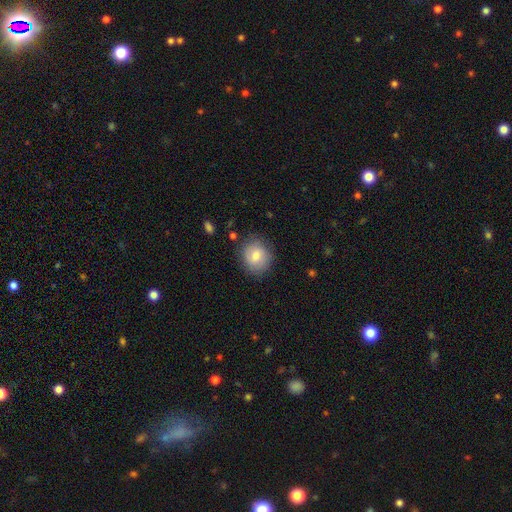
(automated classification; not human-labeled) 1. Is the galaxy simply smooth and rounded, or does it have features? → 75% smooth, 17% featured or disk, 7% star or artifact.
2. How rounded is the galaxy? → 73% round, 26% in between, 1% cigar-shaped.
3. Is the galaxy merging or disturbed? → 82% none, 13% minor disturbance, 4% major disturbance, 1% merger.